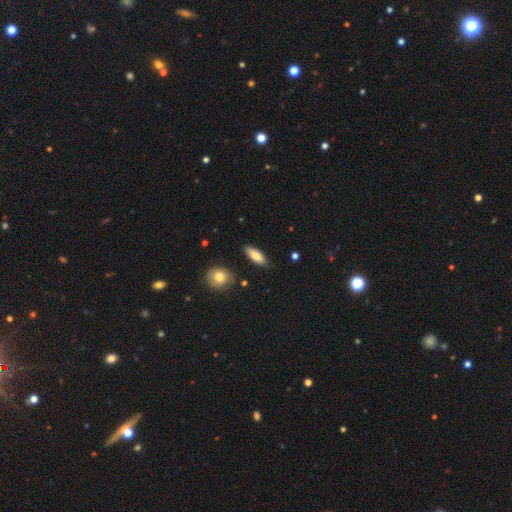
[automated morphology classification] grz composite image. It shows a smooth galaxy with no disk features (79%) that is in between round and cigar-shaped (67%). Merging: none (83%).